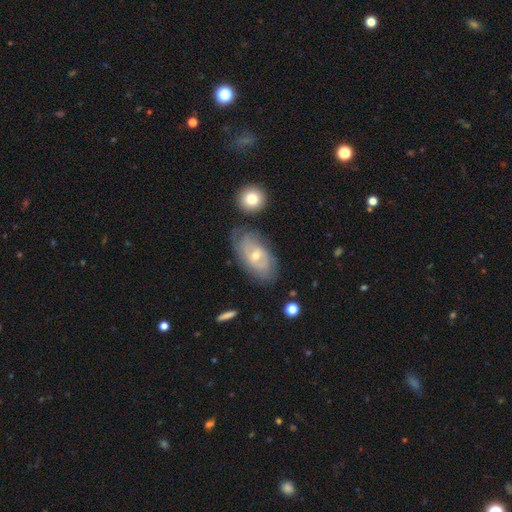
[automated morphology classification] A featured or disk galaxy (68%) with no bar (58%), spiral arms (79%) and a moderate central bulge (49%). Merging: none (67%).